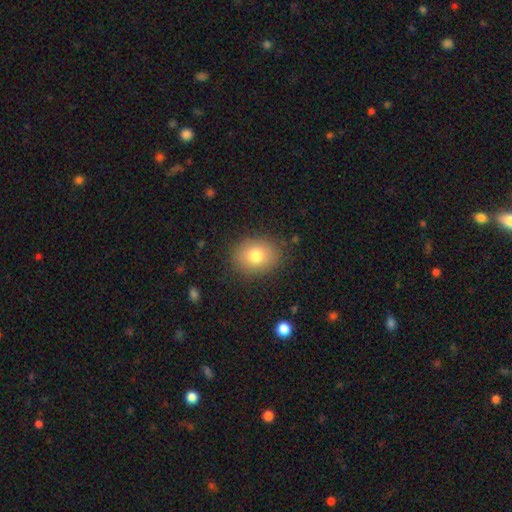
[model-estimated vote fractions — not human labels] Smooth or featured?
  - smooth: 79% *
  - featured or disk: 11%
  - star or artifact: 10%
How rounded?
  - round: 58% *
  - in between: 41%
  - cigar-shaped: 1%
Merging?
  - none: 86% *
  - minor disturbance: 10%
  - major disturbance: 3%
  - merger: 1%